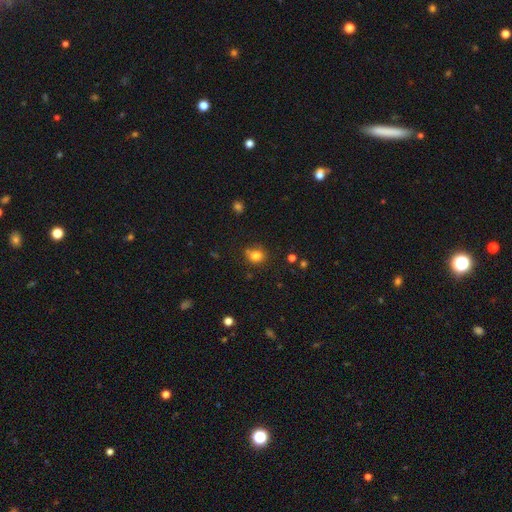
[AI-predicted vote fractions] Smooth or featured? Predicted: smooth (p=0.80). How rounded? Predicted: round (p=0.75). Merging? Predicted: none (p=0.73).